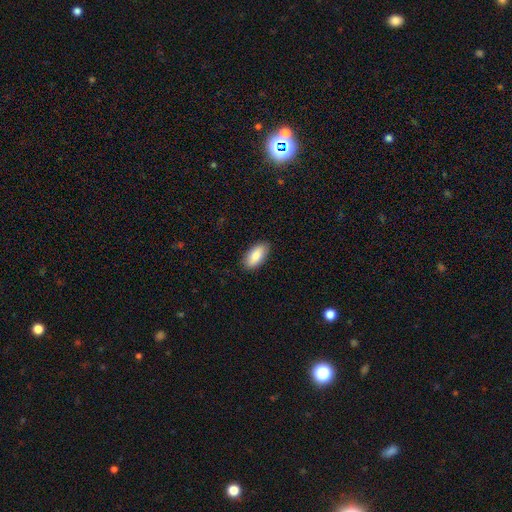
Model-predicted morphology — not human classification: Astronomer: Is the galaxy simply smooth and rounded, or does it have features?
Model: smooth — 85%.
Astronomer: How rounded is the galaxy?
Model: in between — 90%.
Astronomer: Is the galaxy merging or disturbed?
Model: none — 87%.